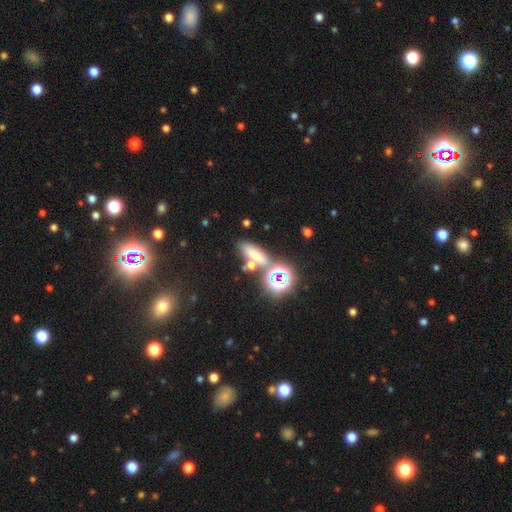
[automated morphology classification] This is possibly a smooth galaxy (52%). How rounded: possibly in between (48%). Merging: likely none (61%).